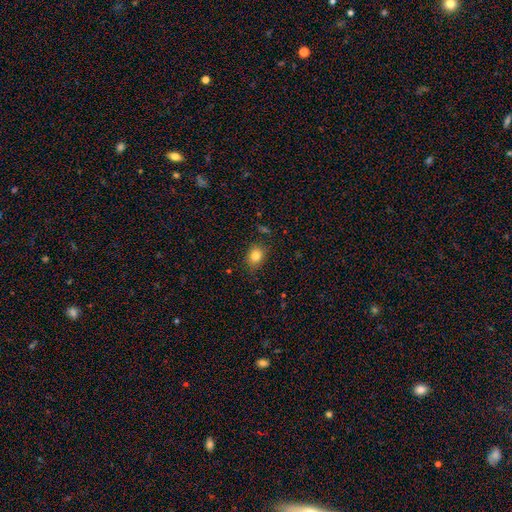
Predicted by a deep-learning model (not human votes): smooth 82%, star or artifact 11%, featured or disk 7%. Down the decision tree: how rounded — round (57%); merging — none (83%).